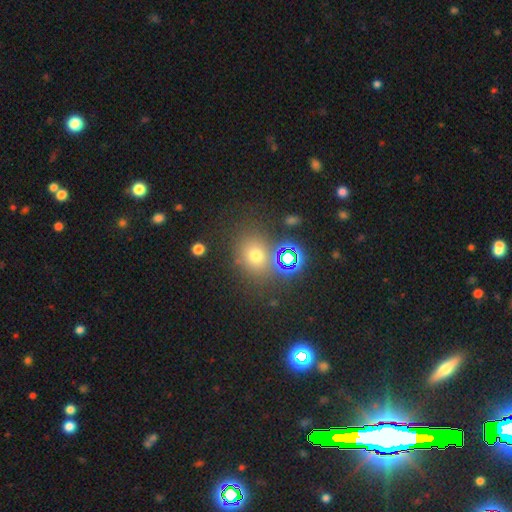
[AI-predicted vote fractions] smooth_or_featured: smooth (p=0.64) [alt: star or artifact p=0.26]
how_rounded: round (p=0.69) [alt: in between p=0.30]
merging: none (p=0.72) [alt: minor disturbance p=0.12]